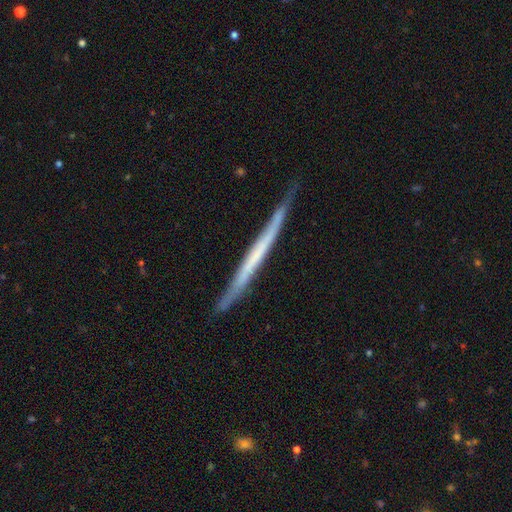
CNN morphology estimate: A featured or disk galaxy (62%) viewed edge-on (96%) with no central bulge (86%). Merging: none (80%).